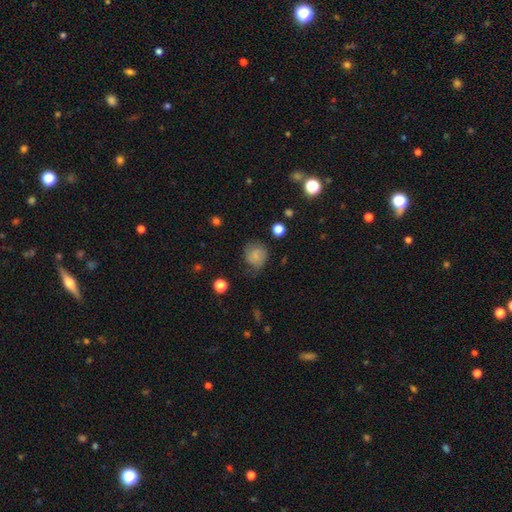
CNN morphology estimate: A smooth galaxy with no disk features (73%) that is round (78%). Merging: none (64%).